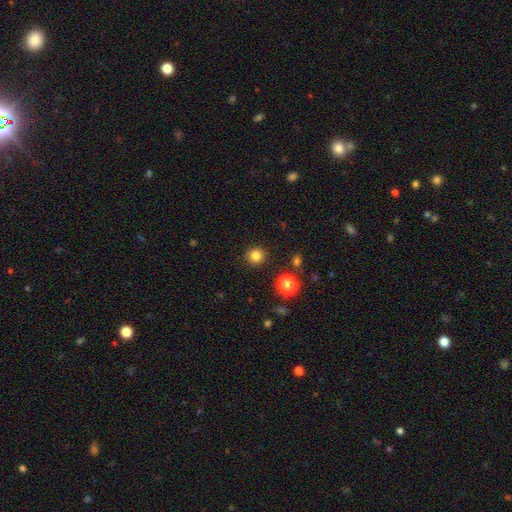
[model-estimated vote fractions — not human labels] smooth-or-featured: smooth: 82% | star or artifact: 13% | featured or disk: 5%
  how-rounded: round: 95% | in between: 4% | cigar-shaped: 1%
  merging: none: 92% | minor disturbance: 5% | major disturbance: 2% | merger: 1%